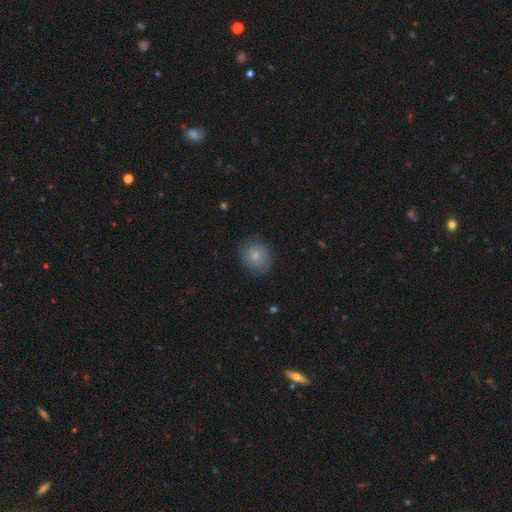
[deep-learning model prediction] Morphology: type=smooth (71%); roundness=round (79%); merging=none (78%).